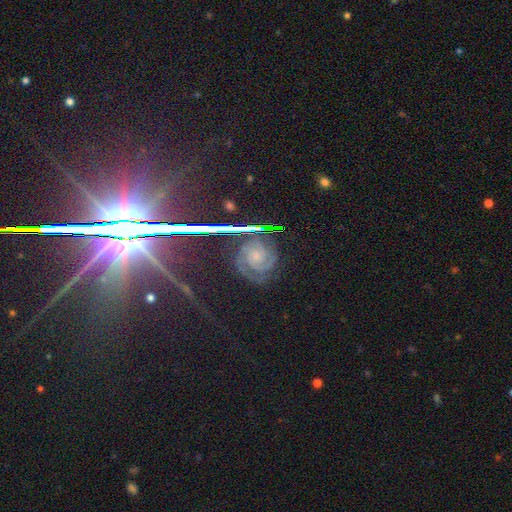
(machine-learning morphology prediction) Smooth or featured: featured or disk — 75% (star or artifact — 17%)
Edge-on disk: no — 95% (yes — 5%)
Bar: no — 72% (weak — 20%)
Spiral arms: yes — 97% (no — 3%)
Spiral winding: tight — 76% (medium — 21%)
Spiral arm count: 2 — 36% (3 — 32%)
Bulge size: small — 60% (moderate — 30%)
Merging: none — 77% (minor disturbance — 14%)